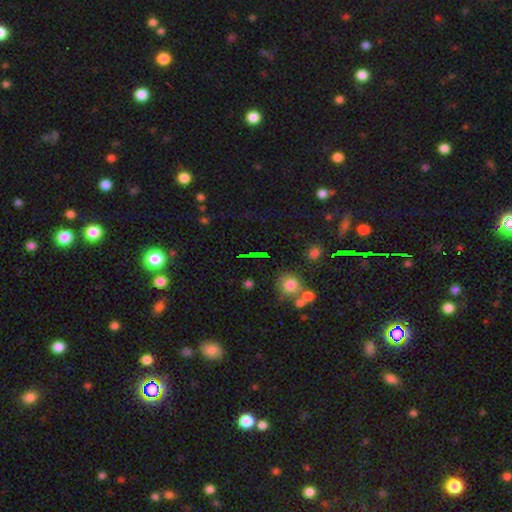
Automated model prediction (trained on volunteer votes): This is marginally a star or artifact rather than a galaxy (45%).